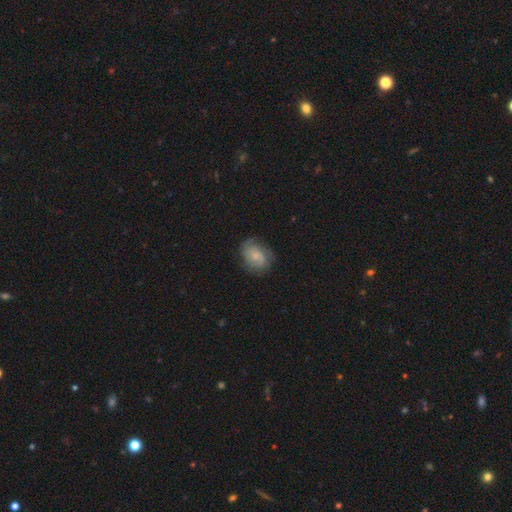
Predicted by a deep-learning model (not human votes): smooth-or-featured: featured or disk: 52% | smooth: 40% | star or artifact: 8%
  disk-edge-on: no: 97% | yes: 3%
    bar: no: 68% | weak: 28% | strong: 4%
    has-spiral-arms: yes: 87% | no: 13%
    bulge-size: small: 50% | moderate: 29% | none: 15% | large: 5% | dominant: 2%
  merging: none: 69% | minor disturbance: 21% | major disturbance: 9% | merger: 1%